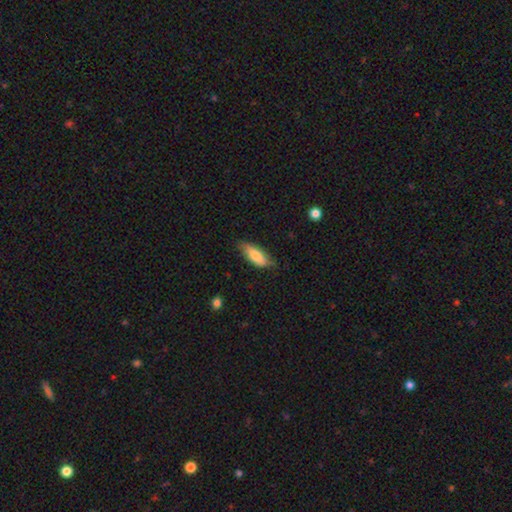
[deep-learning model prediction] Smooth or featured? Predicted: smooth (p=0.78). How rounded? Predicted: in between (p=0.68). Merging? Predicted: none (p=0.68).